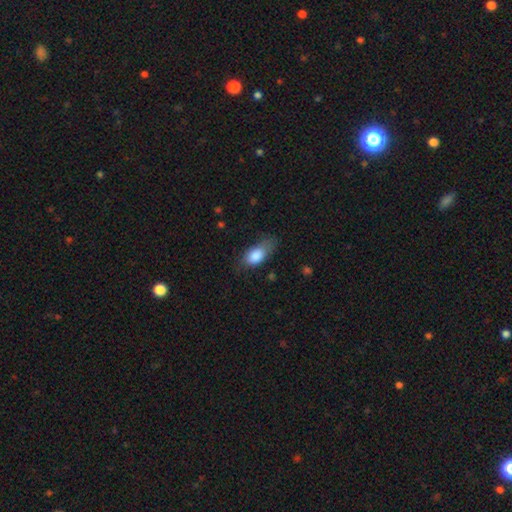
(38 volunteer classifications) Volunteers were most divided on "merging": none: 54%, major disturbance: 26%, minor disturbance: 17%, merger: 3%. More confident: how rounded — in between (86%); smooth or featured — smooth (74%).